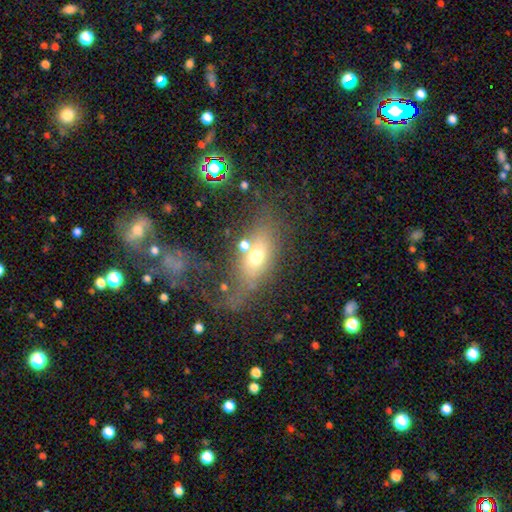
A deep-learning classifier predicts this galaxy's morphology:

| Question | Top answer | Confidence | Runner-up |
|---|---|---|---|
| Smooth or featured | smooth | 55% | featured or disk (31%) |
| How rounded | in between | 74% | cigar-shaped (13%) |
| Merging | none | 39% | major disturbance (27%) |